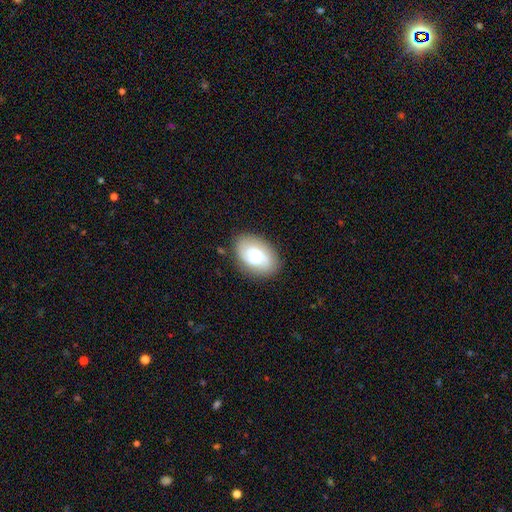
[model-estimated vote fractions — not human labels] This appears to be a featured or disk galaxy (61%) with no bar (62%), 2 (57%) tight (43%) spiral arms (90%) and a moderate central bulge (58%). Merging: none (82%).